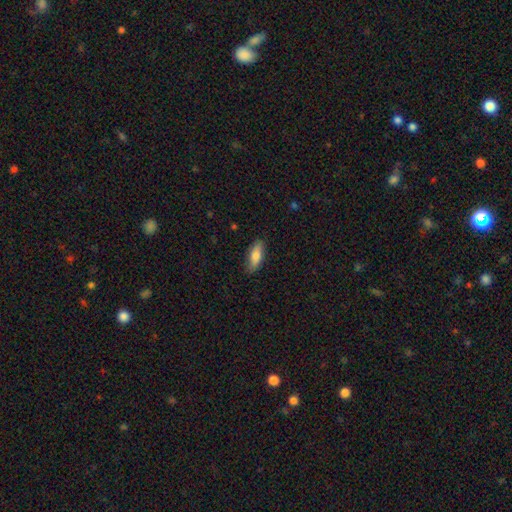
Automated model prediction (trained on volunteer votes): Smooth or featured? smooth (76%)
How rounded? in between (70%)
Merging? none (85%)